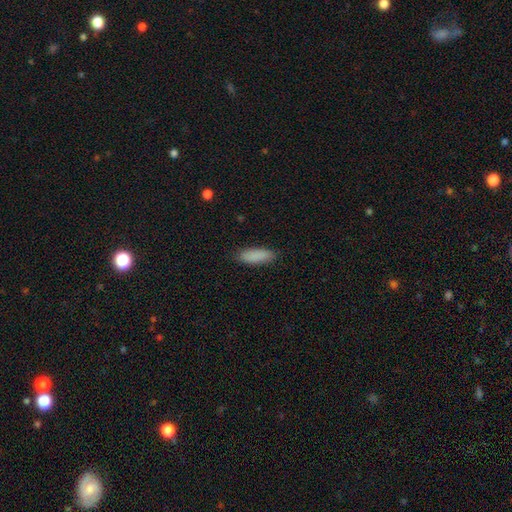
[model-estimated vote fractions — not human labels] Smooth or featured? Predicted: smooth (p=0.89). How rounded? Predicted: in between (p=0.61). Merging? Predicted: none (p=0.87).